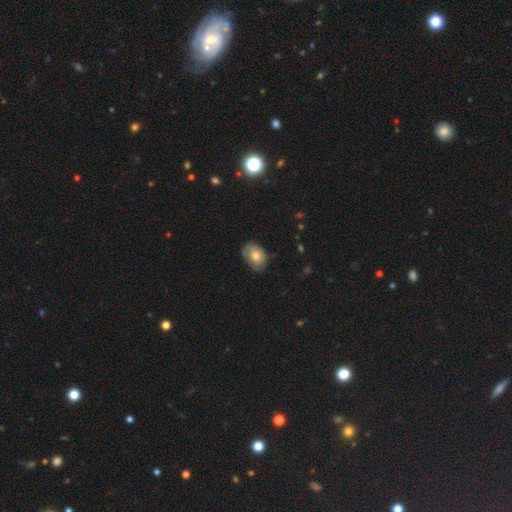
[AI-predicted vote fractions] Smooth or featured? Predicted: smooth (p=0.68). How rounded? Predicted: in between (p=0.80). Merging? Predicted: none (p=0.68).